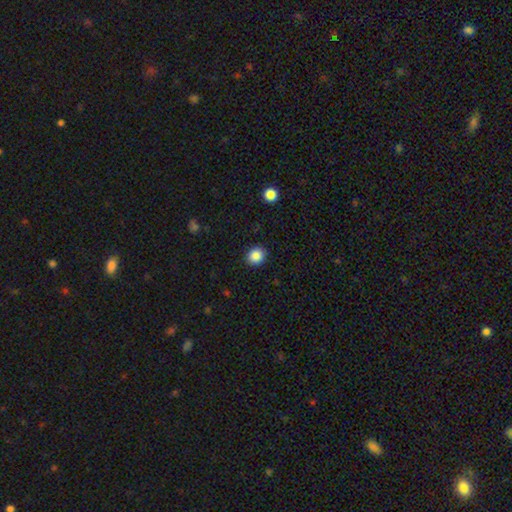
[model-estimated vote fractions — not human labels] Q: Smooth or featured?
A: smooth (87%); runner-up: star or artifact (9%)
Q: How rounded?
A: round (80%); runner-up: in between (20%)
Q: Merging?
A: none (91%); runner-up: minor disturbance (6%)